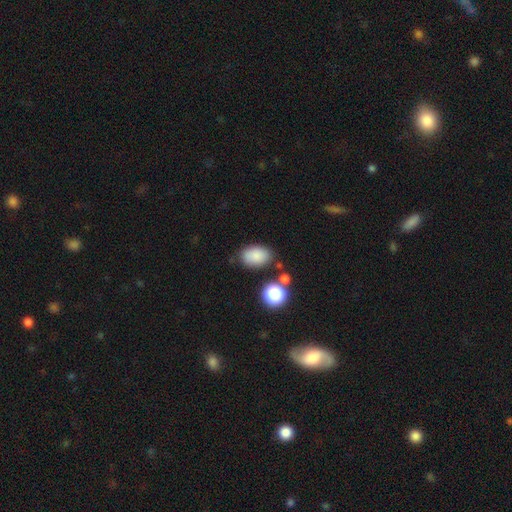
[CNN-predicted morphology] type=smooth (84%); roundness=in between (86%); merging=none (77%).